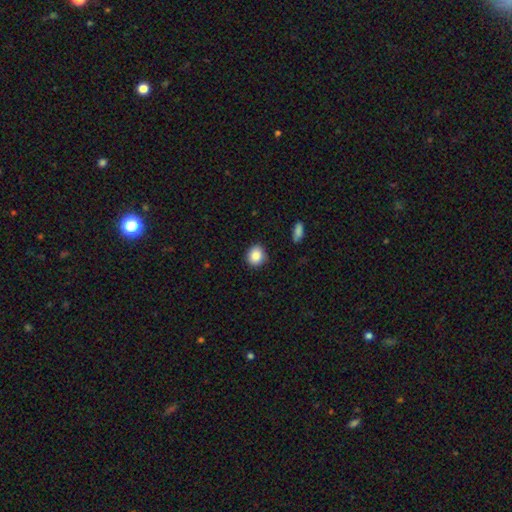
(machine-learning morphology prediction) smooth-or-featured: smooth: 88% | star or artifact: 9% | featured or disk: 4%
  how-rounded: round: 76% | in between: 23% | cigar-shaped: 1%
  merging: none: 86% | minor disturbance: 10% | major disturbance: 2% | merger: 1%